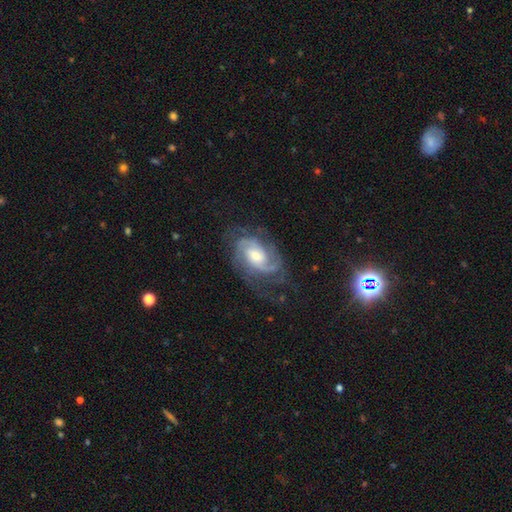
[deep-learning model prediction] Q: Smooth or featured?
A: featured or disk (87%); runner-up: smooth (7%)
Q: Edge-on disk?
A: no (97%); runner-up: yes (3%)
Q: Bar?
A: no (54%); runner-up: weak (37%)
Q: Spiral arms?
A: yes (97%); runner-up: no (3%)
Q: Spiral winding?
A: tight (51%); runner-up: medium (39%)
Q: Spiral arm count?
A: 2 (38%); runner-up: 3 (25%)
Q: Bulge size?
A: moderate (58%); runner-up: small (22%)
Q: Merging?
A: none (68%); runner-up: minor disturbance (19%)